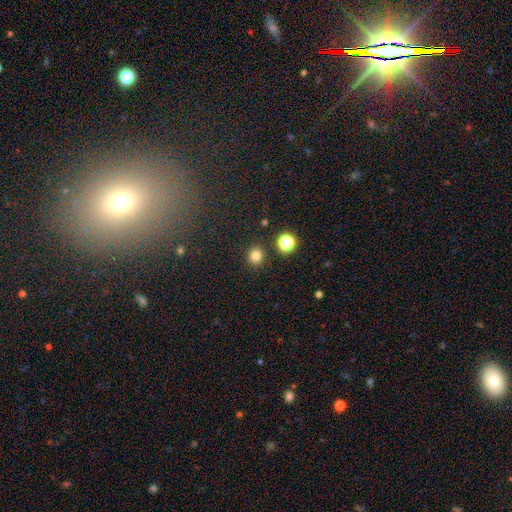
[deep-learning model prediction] Smooth or featured? smooth (81%)
How rounded? round (84%)
Merging? none (89%)